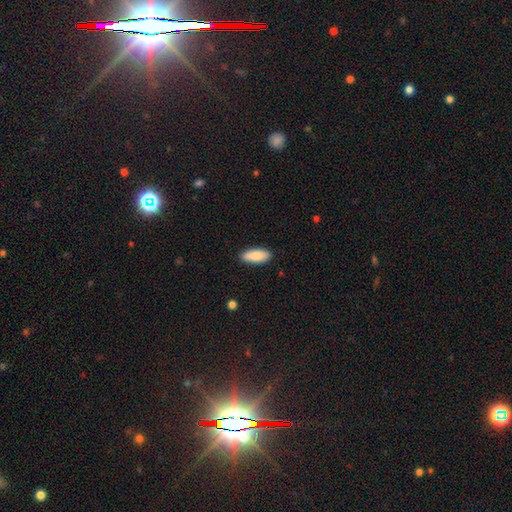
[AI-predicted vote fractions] This is clearly a smooth galaxy (87%). How rounded: likely in between (79%). Merging: clearly none (87%).